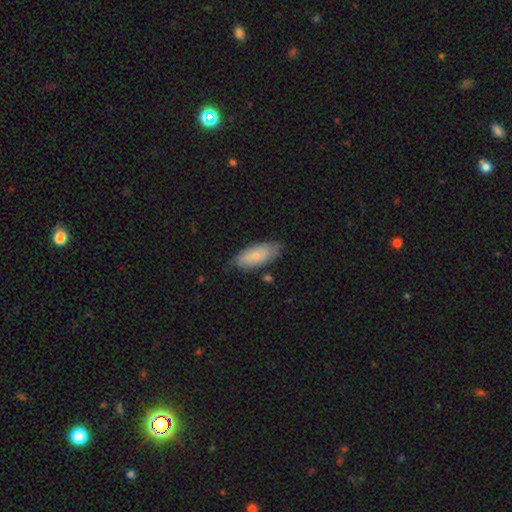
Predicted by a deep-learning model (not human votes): smooth-or-featured: smooth: 70% | featured or disk: 24% | star or artifact: 6%
  how-rounded: in between: 86% | cigar-shaped: 12% | round: 2%
  merging: none: 72% | minor disturbance: 22% | major disturbance: 4% | merger: 2%